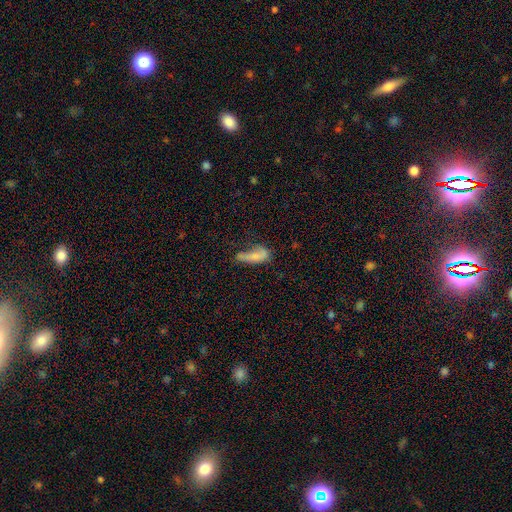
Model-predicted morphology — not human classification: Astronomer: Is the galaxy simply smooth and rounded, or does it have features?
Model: smooth — 69%.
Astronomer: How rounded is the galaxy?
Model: in between — 56% (runner-up: cigar-shaped, 41%).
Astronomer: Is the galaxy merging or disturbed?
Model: none — 31%, tied with minor disturbance at 31%.